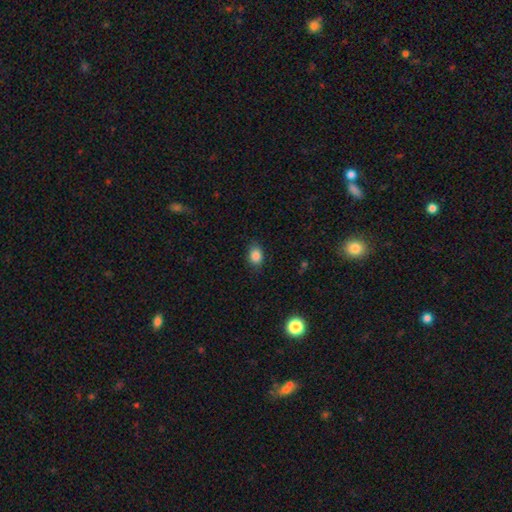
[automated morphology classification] smooth_or_featured: smooth (p=0.86) [alt: star or artifact p=0.09]
how_rounded: in between (p=0.71) [alt: round p=0.28]
merging: none (p=0.81) [alt: minor disturbance p=0.14]